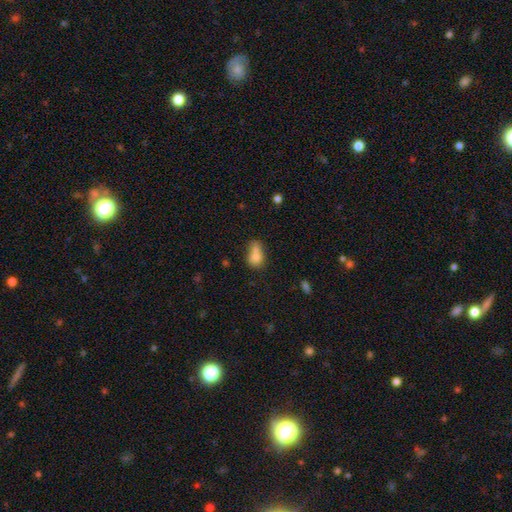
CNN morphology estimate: Q: Smooth or featured?
A: smooth (76%); runner-up: featured or disk (14%)
Q: How rounded?
A: in between (62%); runner-up: round (36%)
Q: Merging?
A: merger (51%); runner-up: none (28%)